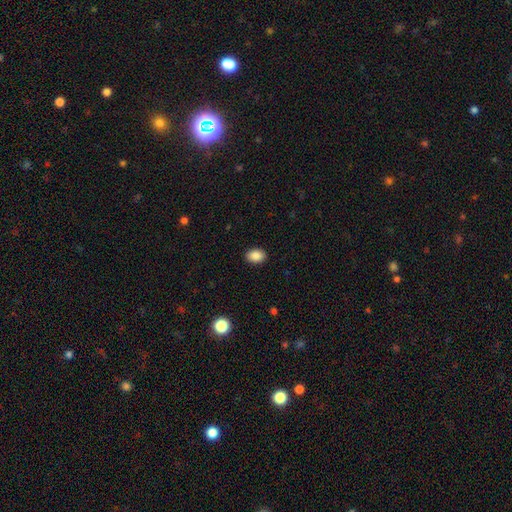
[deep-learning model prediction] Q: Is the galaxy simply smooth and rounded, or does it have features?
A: smooth — 88%.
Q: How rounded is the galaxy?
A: in between — 79%.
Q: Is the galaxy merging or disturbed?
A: none — 90%.